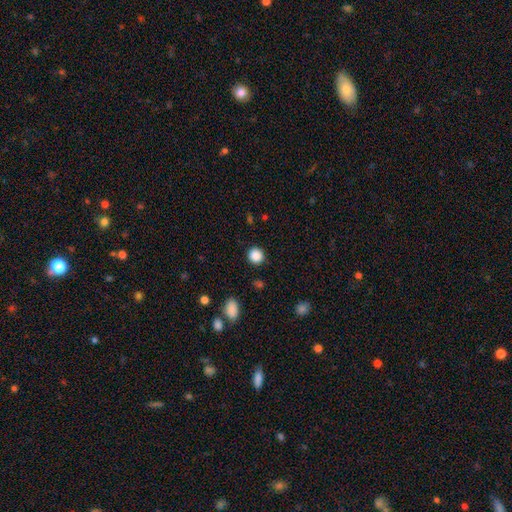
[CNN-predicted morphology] Q: Smooth or featured?
A: smooth (88%); runner-up: star or artifact (10%)
Q: How rounded?
A: round (91%); runner-up: in between (8%)
Q: Merging?
A: none (90%); runner-up: minor disturbance (6%)